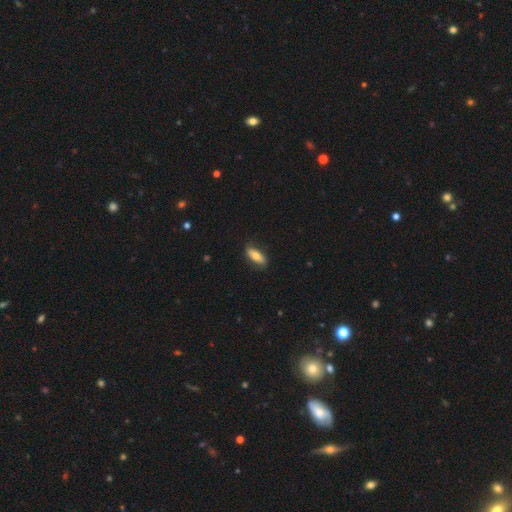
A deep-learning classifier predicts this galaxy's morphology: smooth-or-featured: smooth: 71% | featured or disk: 23% | star or artifact: 6%
  how-rounded: in between: 64% | cigar-shaped: 34% | round: 3%
  merging: none: 82% | minor disturbance: 14% | major disturbance: 3% | merger: 1%